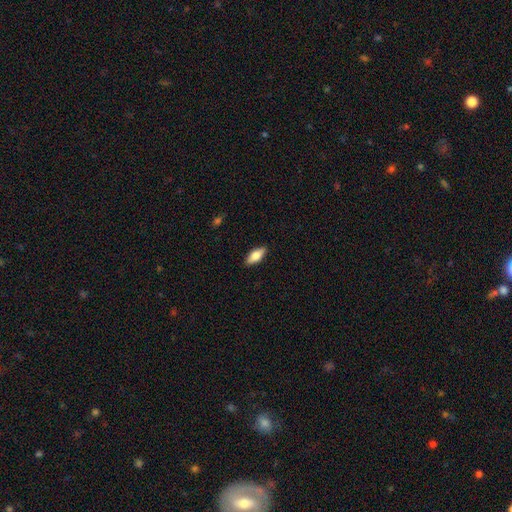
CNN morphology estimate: Overall: smooth (70%). How rounded: in between (77%). Merging: none (88%).